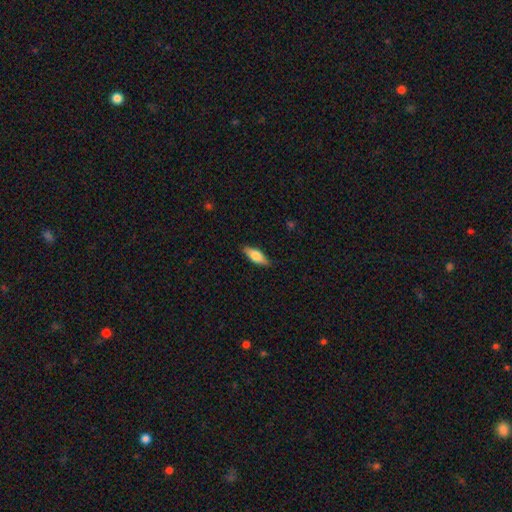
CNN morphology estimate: Smooth or featured: smooth — 69% (featured or disk — 25%)
How rounded: in between — 65% (cigar-shaped — 32%)
Merging: none — 87% (minor disturbance — 10%)